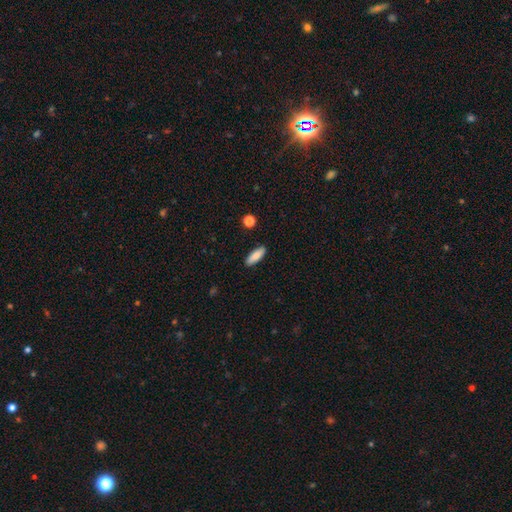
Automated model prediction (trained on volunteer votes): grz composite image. It shows a smooth galaxy with no disk features (84%) that is in between round and cigar-shaped (57%). Merging: none (89%).